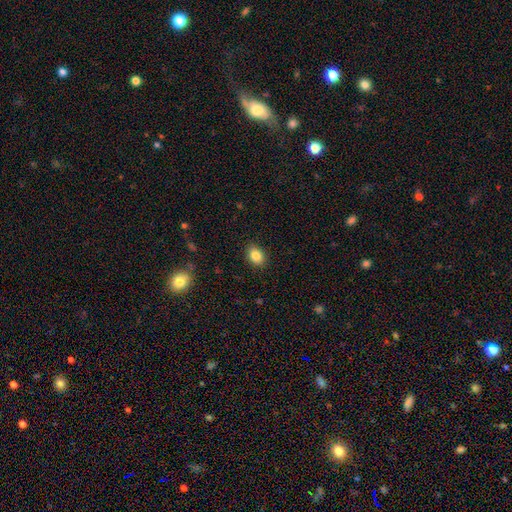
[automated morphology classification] Smooth or featured? smooth (85%)
How rounded? in between (69%)
Merging? none (88%)